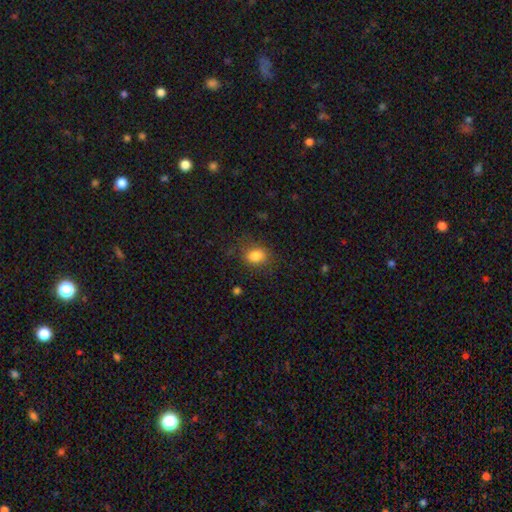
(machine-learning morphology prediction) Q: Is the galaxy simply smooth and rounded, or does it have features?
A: smooth — 83%.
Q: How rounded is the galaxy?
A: in between — 74%.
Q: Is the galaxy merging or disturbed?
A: none — 75%.